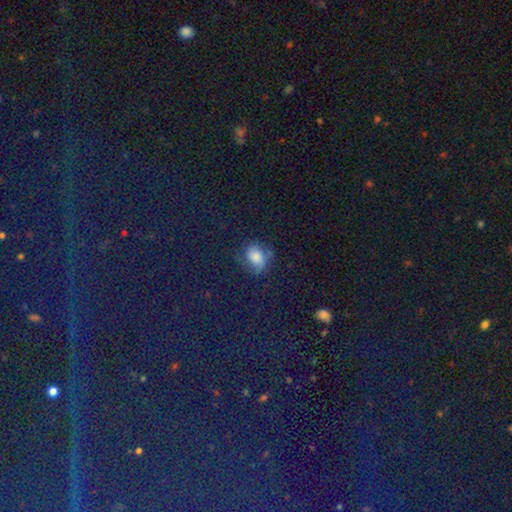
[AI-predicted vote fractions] Smooth or featured: smooth — 57% (star or artifact — 22%)
How rounded: in between — 66% (round — 32%)
Merging: none — 65% (minor disturbance — 23%)